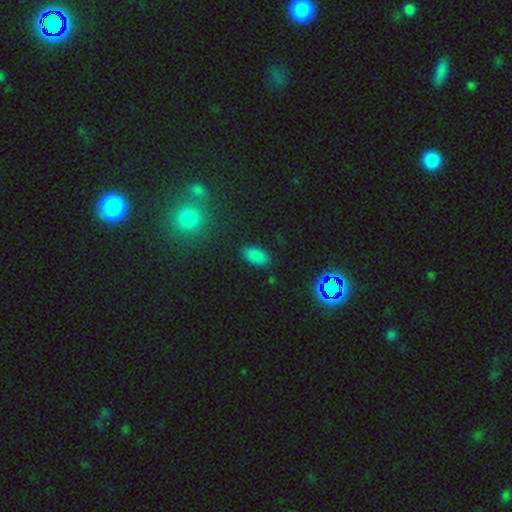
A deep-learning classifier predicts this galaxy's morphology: A smooth galaxy with no disk features (78%) that is in between round and cigar-shaped (93%). Merging: none (85%).